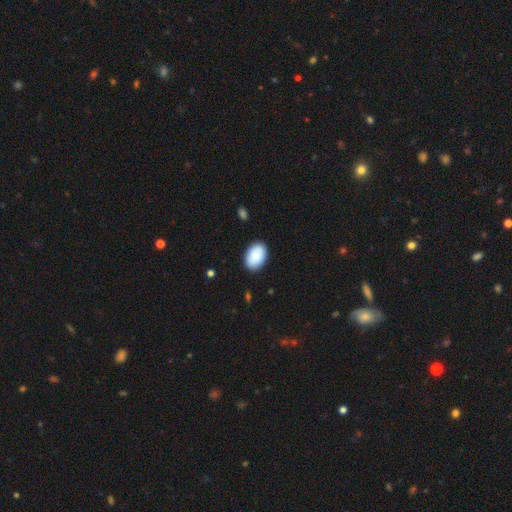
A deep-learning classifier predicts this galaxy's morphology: Smooth or featured?
  - smooth: 88% *
  - featured or disk: 6%
  - star or artifact: 6%
How rounded?
  - in between: 88% *
  - round: 11%
  - cigar-shaped: 1%
Merging?
  - none: 87% *
  - minor disturbance: 10%
  - major disturbance: 2%
  - merger: 1%